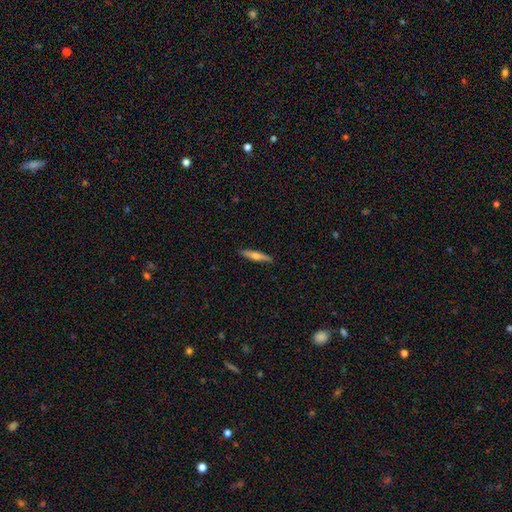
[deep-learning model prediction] Overall: smooth (49%; featured or disk 45%). Merging: none (89%).